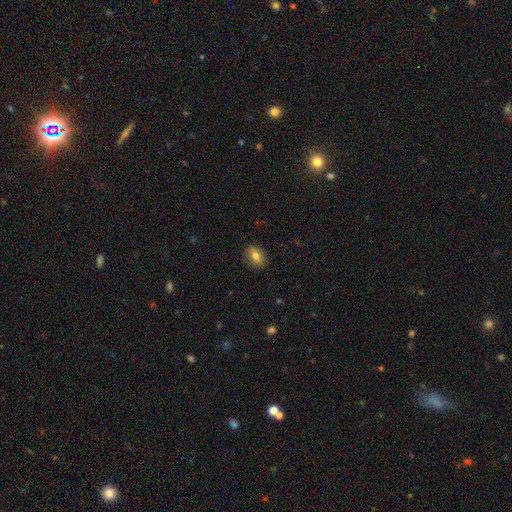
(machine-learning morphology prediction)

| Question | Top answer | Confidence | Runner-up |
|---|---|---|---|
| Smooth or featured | smooth | 73% | featured or disk (18%) |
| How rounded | in between | 67% | round (30%) |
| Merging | none | 87% | minor disturbance (10%) |